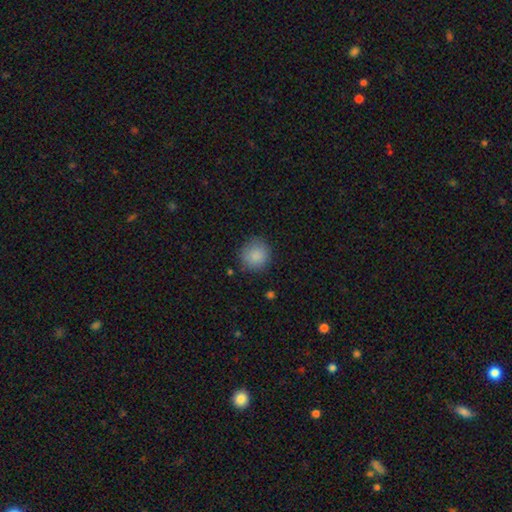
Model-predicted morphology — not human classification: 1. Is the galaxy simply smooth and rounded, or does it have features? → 87% smooth, 9% star or artifact, 4% featured or disk.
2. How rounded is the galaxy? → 92% round, 7% in between, 1% cigar-shaped.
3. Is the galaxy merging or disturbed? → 85% none, 10% minor disturbance, 3% major disturbance, 1% merger.